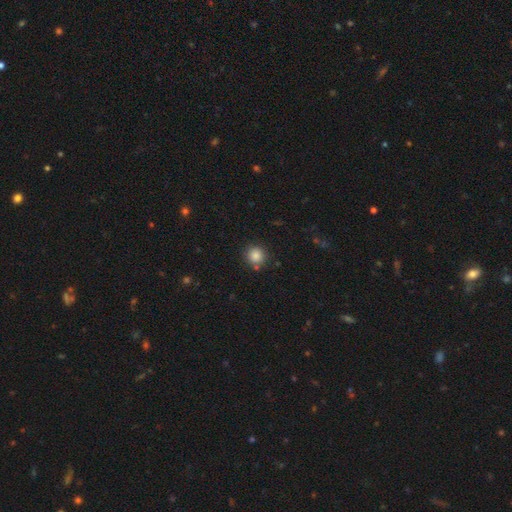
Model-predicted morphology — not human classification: type=smooth (85%); roundness=round (93%); merging=none (84%).